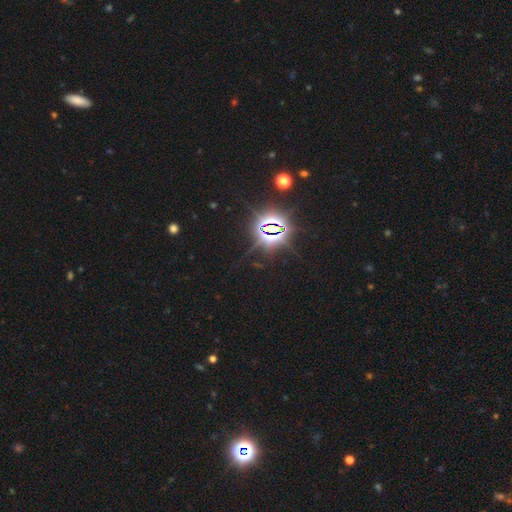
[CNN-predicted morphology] smooth_or_featured: star or artifact (p=0.84) [alt: smooth p=0.10]